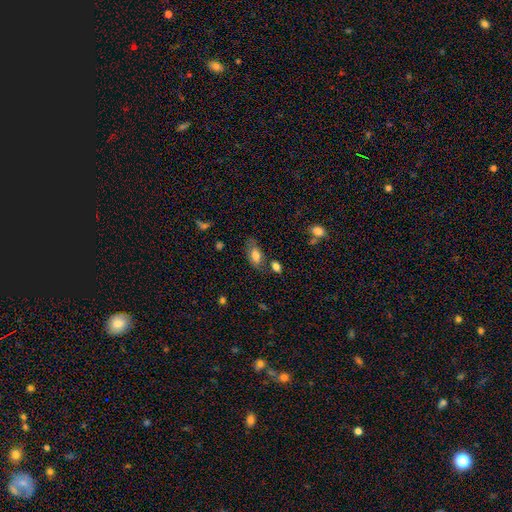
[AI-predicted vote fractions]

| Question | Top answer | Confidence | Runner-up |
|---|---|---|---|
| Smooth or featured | smooth | 74% | featured or disk (18%) |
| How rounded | in between | 90% | round (5%) |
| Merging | none | 61% | minor disturbance (22%) |